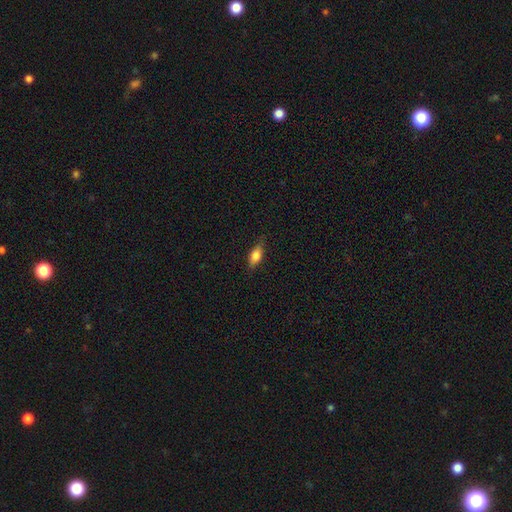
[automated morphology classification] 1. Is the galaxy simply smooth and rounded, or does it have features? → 72% smooth, 20% featured or disk, 8% star or artifact.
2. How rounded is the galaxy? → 76% in between, 19% cigar-shaped, 5% round.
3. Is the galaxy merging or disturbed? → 79% none, 17% minor disturbance, 3% major disturbance, 1% merger.